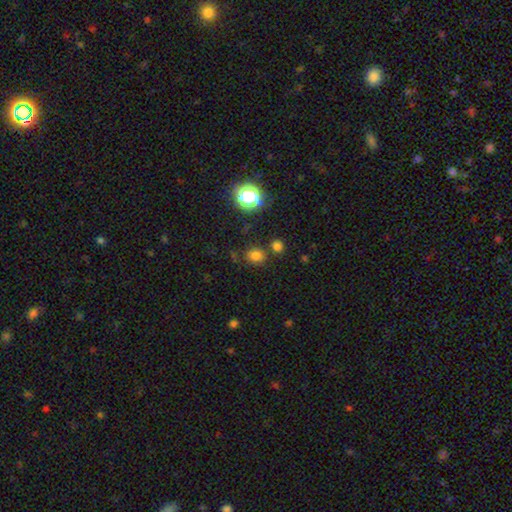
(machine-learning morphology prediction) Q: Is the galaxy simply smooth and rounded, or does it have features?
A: smooth — 73%.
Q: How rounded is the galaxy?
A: round — 73%.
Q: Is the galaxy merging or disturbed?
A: none — 72%.